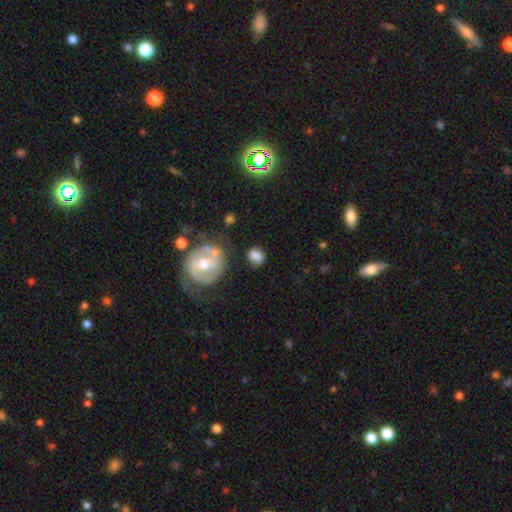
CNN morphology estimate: smooth 72%, featured or disk 19%, star or artifact 9%. Down the decision tree: how rounded — round (56%); merging — none (62%).